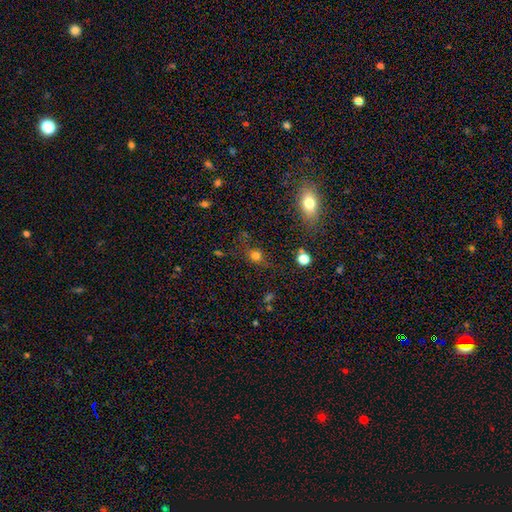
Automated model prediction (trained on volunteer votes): Smooth or featured?
  - smooth: 69% *
  - star or artifact: 23%
  - featured or disk: 9%
How rounded?
  - round: 76% *
  - in between: 22%
  - cigar-shaped: 2%
Merging?
  - none: 69% *
  - minor disturbance: 16%
  - major disturbance: 9%
  - merger: 6%